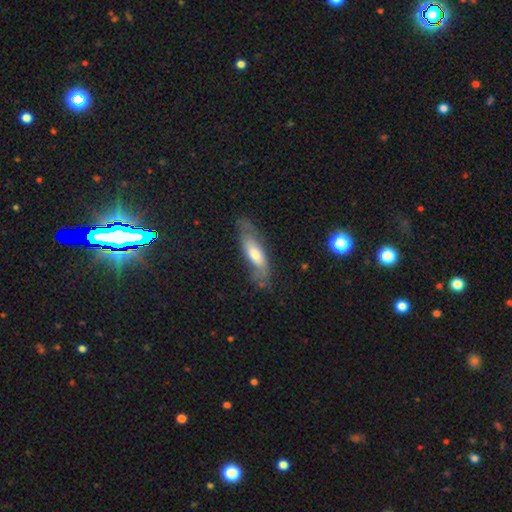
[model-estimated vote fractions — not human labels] The model was most divided on "how rounded": in between: 53%, cigar-shaped: 45%, round: 2%. More confident: merging — none (60%); smooth or featured — smooth (53%).